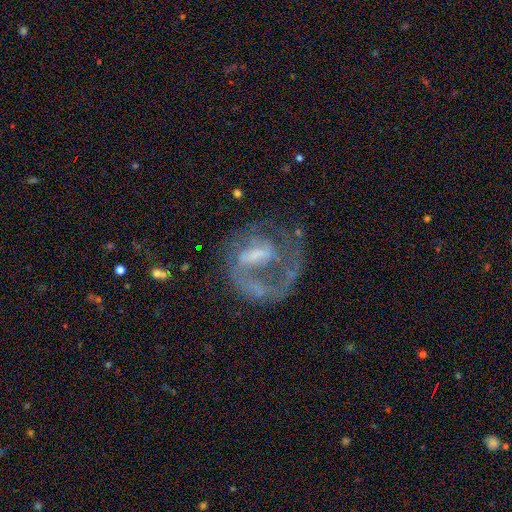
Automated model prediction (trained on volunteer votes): smooth-or-featured: featured or disk: 79% | smooth: 13% | star or artifact: 8%
  disk-edge-on: no: 97% | yes: 3%
    bar: weak: 44% | strong: 30% | no: 26%
    has-spiral-arms: yes: 79% | no: 21%
      spiral-winding: medium: 40% | tight: 33% | loose: 28%
      spiral-arm-count: 1: 68% | 2: 16% | can't tell: 10% | 3: 3% | 4: 1% | more than 4: 1%
    bulge-size: small: 33% | moderate: 31% | none: 27% | large: 8% | dominant: 2%
  merging: none: 44% | major disturbance: 37% | minor disturbance: 15% | merger: 4%